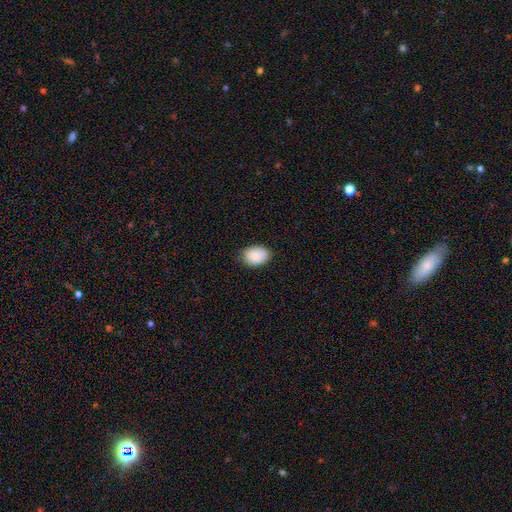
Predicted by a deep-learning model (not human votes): Smooth or featured? smooth (86%)
How rounded? in between (76%)
Merging? none (81%)